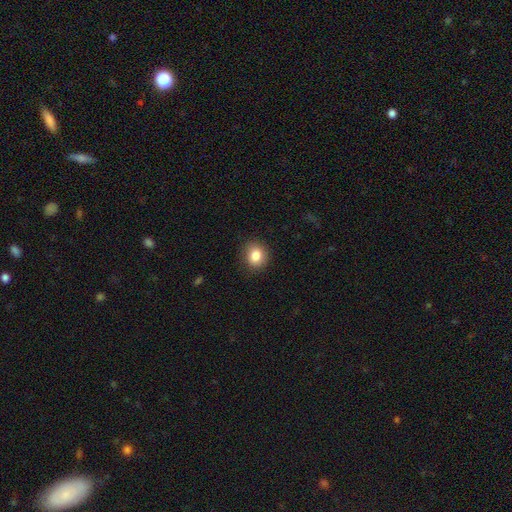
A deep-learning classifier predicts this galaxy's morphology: smooth_or_featured: smooth (p=0.84) [alt: star or artifact p=0.09]
how_rounded: round (p=0.71) [alt: in between p=0.28]
merging: none (p=0.87) [alt: minor disturbance p=0.09]